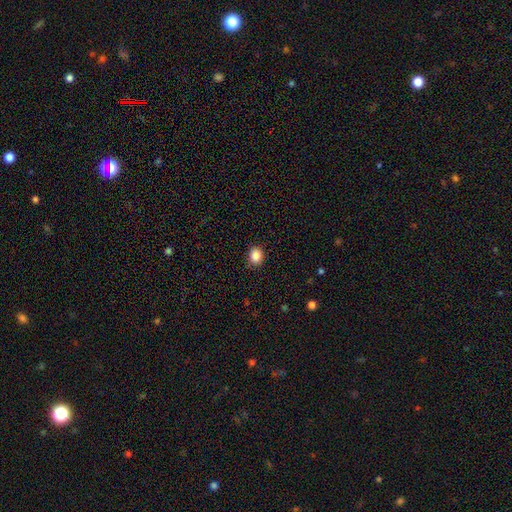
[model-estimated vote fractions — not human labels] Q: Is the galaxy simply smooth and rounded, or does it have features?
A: smooth — 87%.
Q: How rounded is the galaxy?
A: round — 62%.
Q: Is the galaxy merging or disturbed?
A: none — 86%.